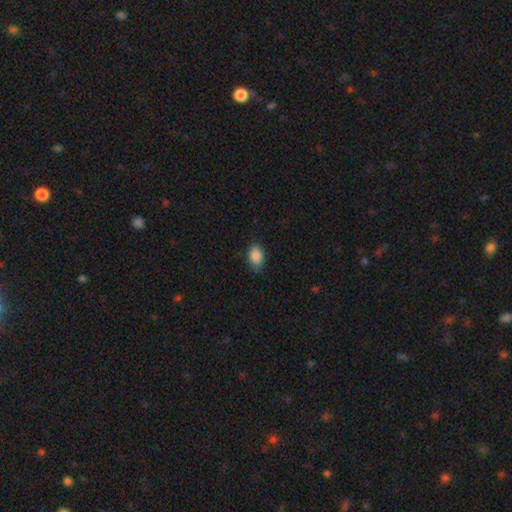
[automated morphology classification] Smooth or featured?
  - smooth: 88% *
  - star or artifact: 8%
  - featured or disk: 4%
How rounded?
  - in between: 88% *
  - round: 10%
  - cigar-shaped: 2%
Merging?
  - none: 77% *
  - minor disturbance: 18%
  - major disturbance: 3%
  - merger: 1%